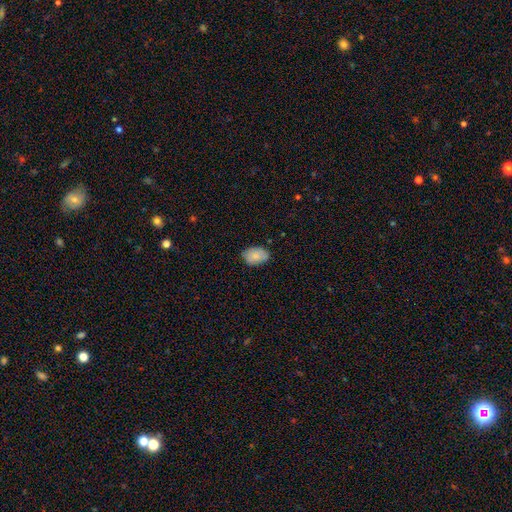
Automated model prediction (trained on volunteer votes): Morphology: type=smooth (80%); roundness=in between (87%); merging=none (74%).